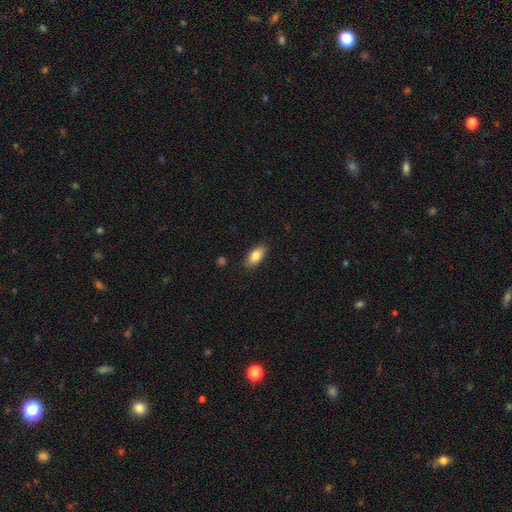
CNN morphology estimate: This is clearly a smooth galaxy (82%). How rounded: clearly in between (88%). Merging: clearly none (85%).